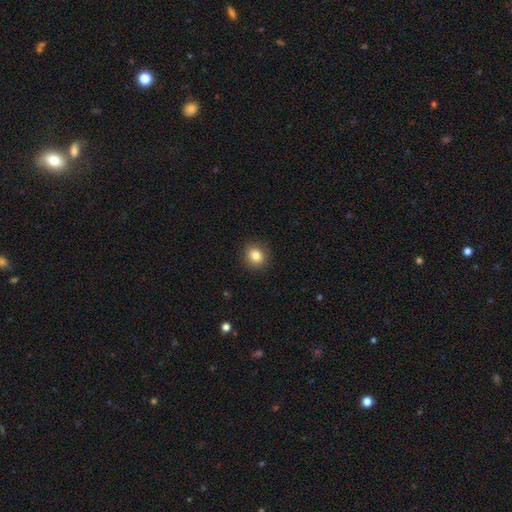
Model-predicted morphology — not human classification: The model was most divided on "how rounded": round: 76%, in between: 23%, cigar-shaped: 1%. More confident: merging — none (90%); smooth or featured — smooth (83%).